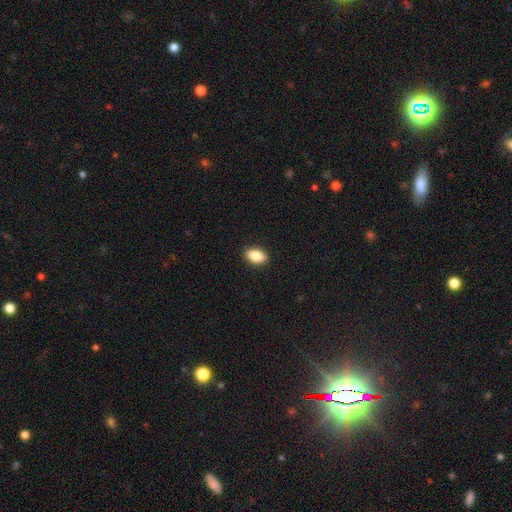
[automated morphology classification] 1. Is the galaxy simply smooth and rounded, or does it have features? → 84% smooth, 8% featured or disk, 7% star or artifact.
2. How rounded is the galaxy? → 89% in between, 8% round, 4% cigar-shaped.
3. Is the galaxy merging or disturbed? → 90% none, 8% minor disturbance, 2% major disturbance, 1% merger.